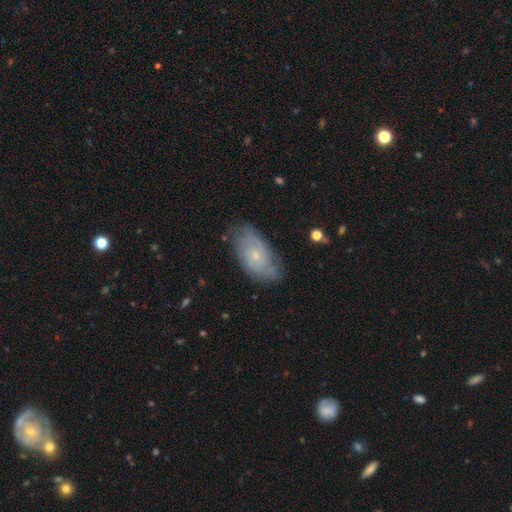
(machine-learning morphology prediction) smooth-or-featured: featured or disk: 64% | smooth: 28% | star or artifact: 7%
  disk-edge-on: no: 94% | yes: 6%
    bar: no: 77% | weak: 20% | strong: 3%
    has-spiral-arms: yes: 84% | no: 16%
      spiral-winding: tight: 53% | medium: 34% | loose: 13%
      spiral-arm-count: can't tell: 42% | 2: 40% | 3: 8% | 4: 4% | 1: 4% | more than 4: 3%
    bulge-size: small: 80% | moderate: 15% | none: 3% | large: 1% | dominant: 1%
  merging: none: 68% | minor disturbance: 23% | major disturbance: 7% | merger: 2%